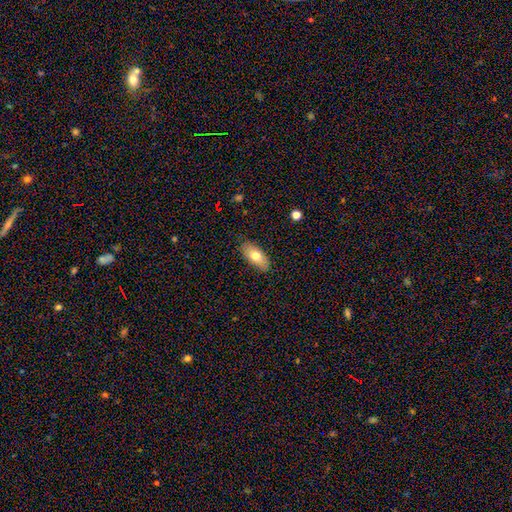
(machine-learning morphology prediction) type=smooth (71%); roundness=in between (88%); merging=none (85%).